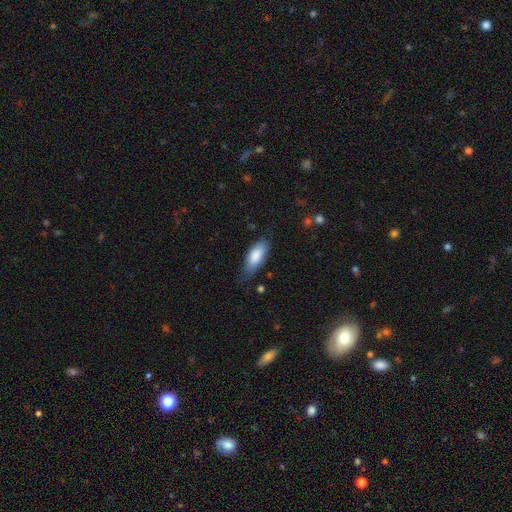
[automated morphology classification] smooth 83%, featured or disk 11%, star or artifact 6%. Down the decision tree: how rounded — in between (78%); merging — none (62%).